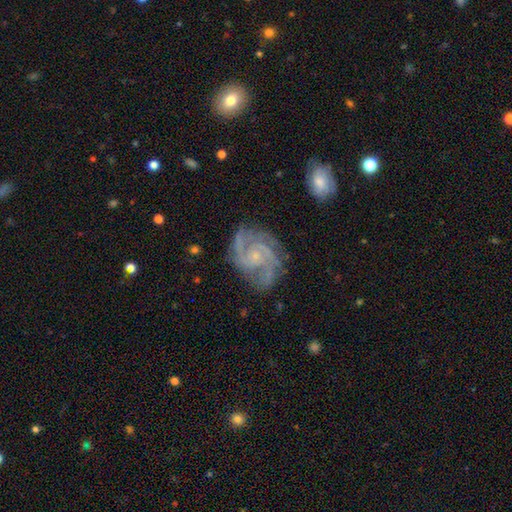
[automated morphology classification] Q: Smooth or featured?
A: featured or disk (89%); runner-up: star or artifact (6%)
Q: Edge-on disk?
A: no (98%); runner-up: yes (2%)
Q: Bar?
A: no (65%); runner-up: weak (29%)
Q: Spiral arms?
A: yes (98%); runner-up: no (2%)
Q: Spiral winding?
A: medium (49%); runner-up: tight (41%)
Q: Spiral arm count?
A: 2 (37%); runner-up: 3 (35%)
Q: Bulge size?
A: small (75%); runner-up: moderate (16%)
Q: Merging?
A: none (75%); runner-up: minor disturbance (17%)